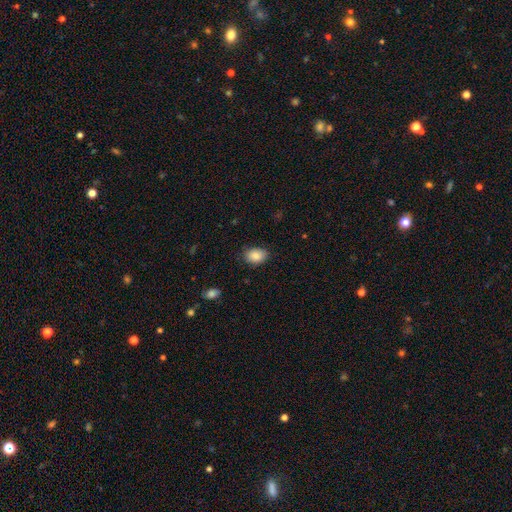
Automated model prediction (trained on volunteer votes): A smooth galaxy with no disk features (87%) that is in between round and cigar-shaped (81%). Merging: none (84%).